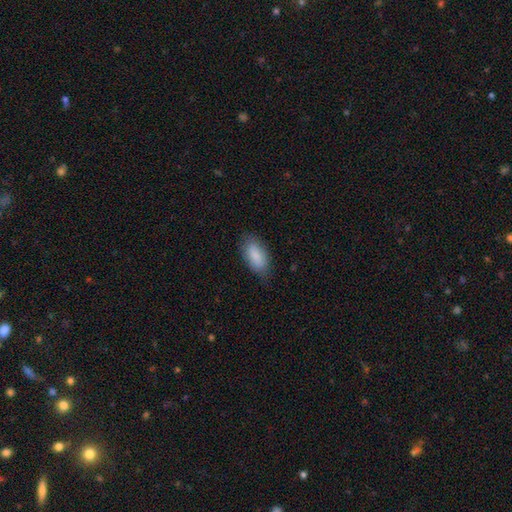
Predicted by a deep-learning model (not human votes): A smooth galaxy with no disk features (87%) that is in between round and cigar-shaped (90%).

Vote fractions:
- Smooth or featured? smooth: 87% / featured or disk: 7% / star or artifact: 6%
- How rounded? in between: 90% / cigar-shaped: 7% / round: 3%
- Merging? none: 79% / minor disturbance: 16% / major disturbance: 4% / merger: 1%